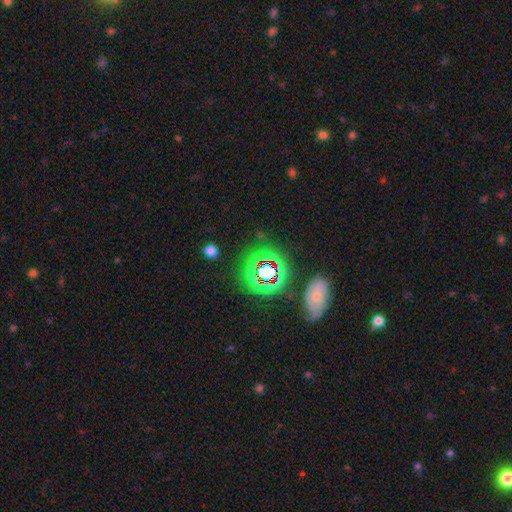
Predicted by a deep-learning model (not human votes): A star or artifact, not a galaxy (51%).